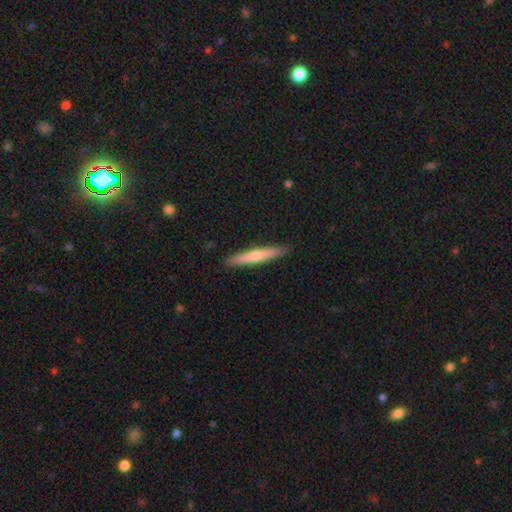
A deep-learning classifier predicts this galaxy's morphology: Smooth or featured?
  - smooth: 62% *
  - featured or disk: 34%
  - star or artifact: 5%
How rounded?
  - cigar-shaped: 95% *
  - in between: 4%
  - round: 1%
Merging?
  - none: 91% *
  - minor disturbance: 6%
  - major disturbance: 1%
  - merger: 1%